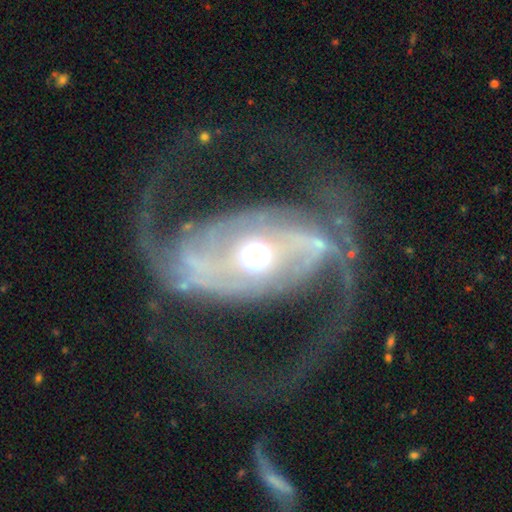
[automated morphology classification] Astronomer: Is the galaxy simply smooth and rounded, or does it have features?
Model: featured or disk — 92%.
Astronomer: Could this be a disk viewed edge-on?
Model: no — 97%.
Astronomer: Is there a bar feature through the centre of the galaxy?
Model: strong — 38% (runner-up: no, 32%).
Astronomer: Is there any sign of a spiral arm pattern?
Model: yes — 97%.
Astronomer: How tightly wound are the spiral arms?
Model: medium — 49% (runner-up: loose, 36%).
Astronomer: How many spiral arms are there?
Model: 2 — 91%.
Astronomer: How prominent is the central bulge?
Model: moderate — 71%.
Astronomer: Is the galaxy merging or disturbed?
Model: none — 70%.